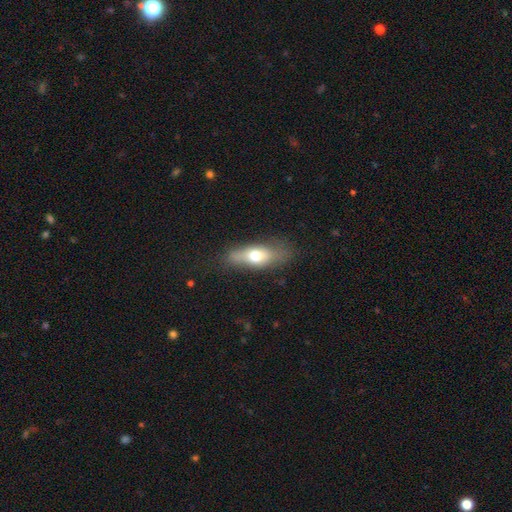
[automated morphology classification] Smooth or featured?
  - smooth: 63% *
  - featured or disk: 30%
  - star or artifact: 8%
How rounded?
  - in between: 67% *
  - cigar-shaped: 26%
  - round: 6%
Merging?
  - none: 68% *
  - minor disturbance: 22%
  - major disturbance: 9%
  - merger: 2%